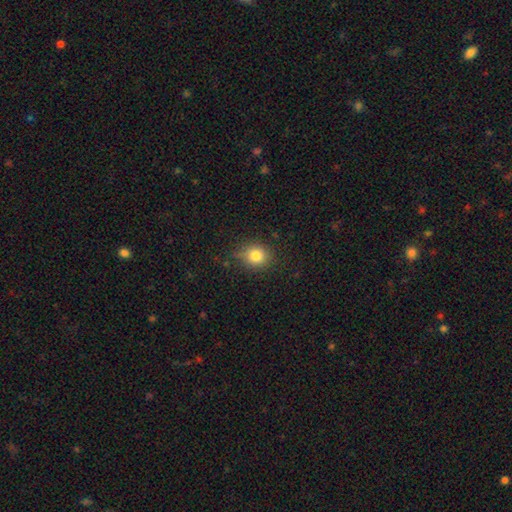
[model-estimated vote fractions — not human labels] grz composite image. It shows a smooth galaxy with no disk features (82%) that is round (77%). Merging: none (79%).